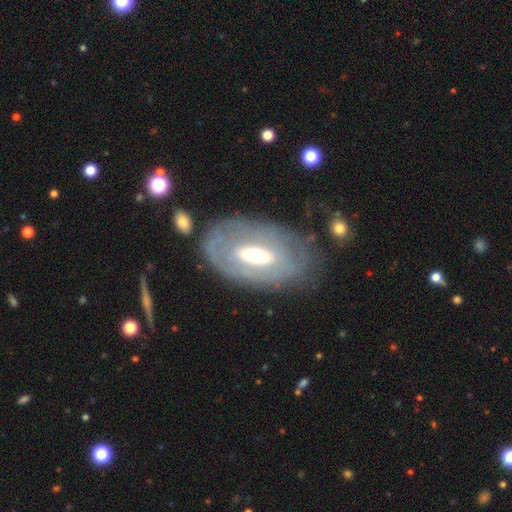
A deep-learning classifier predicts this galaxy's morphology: smooth-or-featured: featured or disk: 67% | smooth: 27% | star or artifact: 6%
  disk-edge-on: no: 89% | yes: 11%
    bar: weak: 39% | no: 33% | strong: 29%
    has-spiral-arms: no: 61% | yes: 39%
    bulge-size: moderate: 61% | large: 23% | small: 12% | dominant: 2% | none: 1%
  merging: none: 70% | minor disturbance: 18% | major disturbance: 9% | merger: 3%